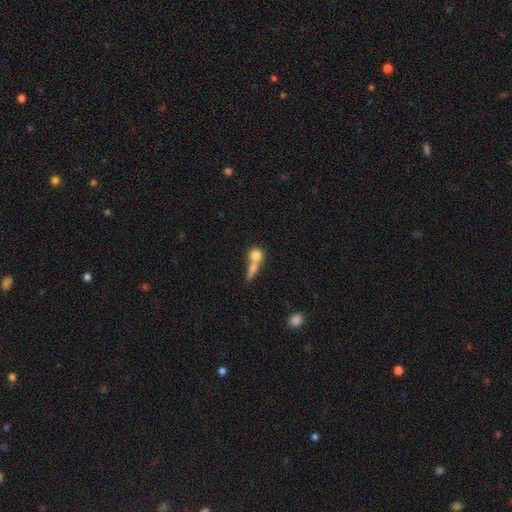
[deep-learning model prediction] A smooth galaxy with no disk features (74%) that is round (67%). Merging: merger (56%).